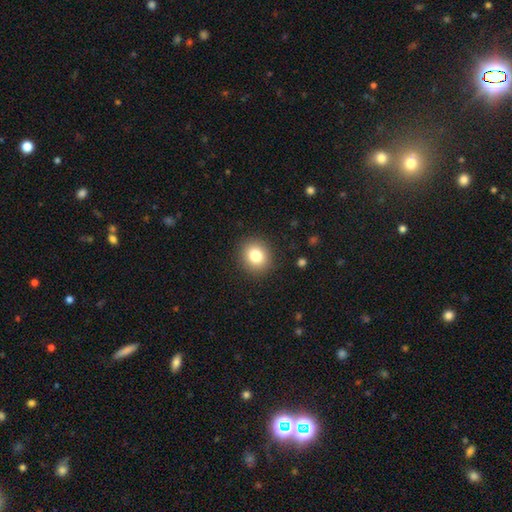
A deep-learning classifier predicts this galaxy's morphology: type=smooth (81%); roundness=round (80%); merging=none (90%).